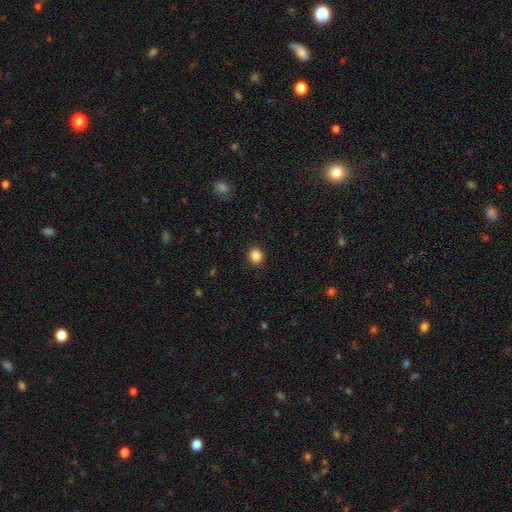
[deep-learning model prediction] A smooth galaxy with no disk features (86%) that is round (75%). Merging: none (91%).